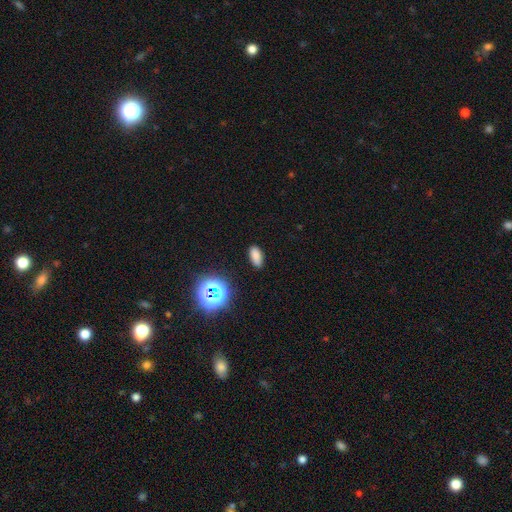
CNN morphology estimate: Smooth or featured? smooth (77%)
How rounded? in between (87%)
Merging? none (85%)